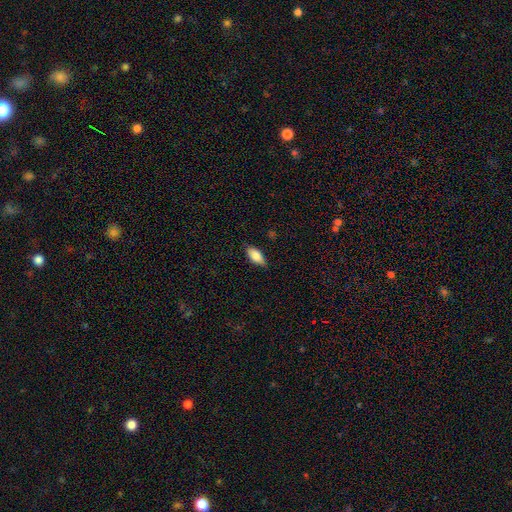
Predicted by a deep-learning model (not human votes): This is clearly a smooth galaxy (82%). How rounded: clearly in between (87%). Merging: clearly none (82%).